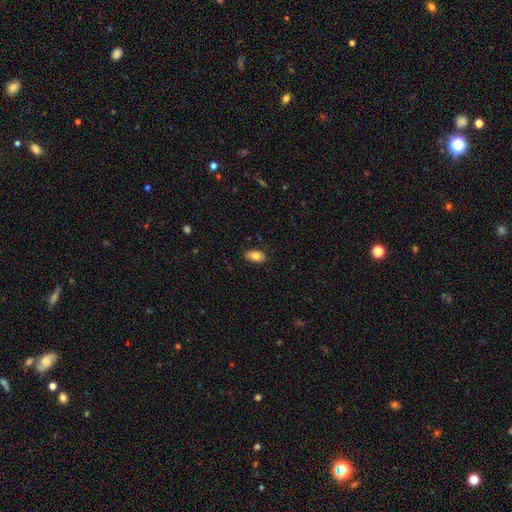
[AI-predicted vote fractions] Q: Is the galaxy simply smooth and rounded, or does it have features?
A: smooth — 80%.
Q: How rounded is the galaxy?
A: in between — 92%.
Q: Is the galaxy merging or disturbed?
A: none — 83%.